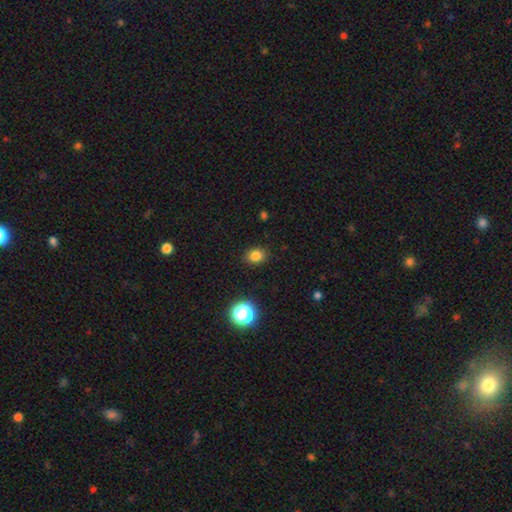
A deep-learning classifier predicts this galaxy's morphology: smooth-or-featured: smooth: 81% | star or artifact: 15% | featured or disk: 5%
  how-rounded: round: 53% | in between: 46% | cigar-shaped: 1%
  merging: none: 88% | minor disturbance: 9% | major disturbance: 2% | merger: 1%